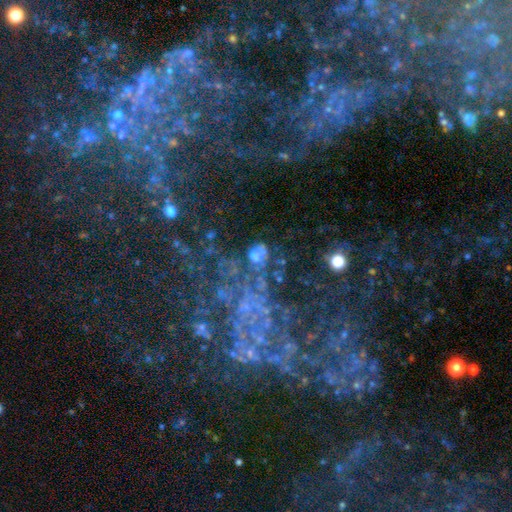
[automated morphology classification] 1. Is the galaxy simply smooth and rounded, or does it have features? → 43% featured or disk, 35% star or artifact, 22% smooth.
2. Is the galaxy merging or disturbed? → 52% none, 20% major disturbance, 18% minor disturbance, 10% merger.